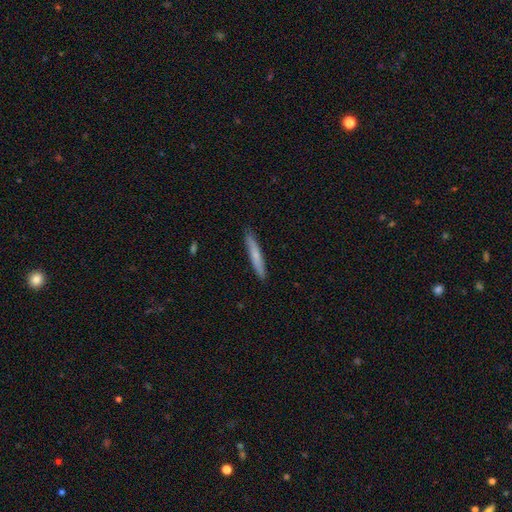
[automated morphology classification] The model was most divided on "smooth or featured": smooth: 68%, featured or disk: 26%, star or artifact: 6%. More confident: how rounded — cigar-shaped (95%); merging — none (88%).